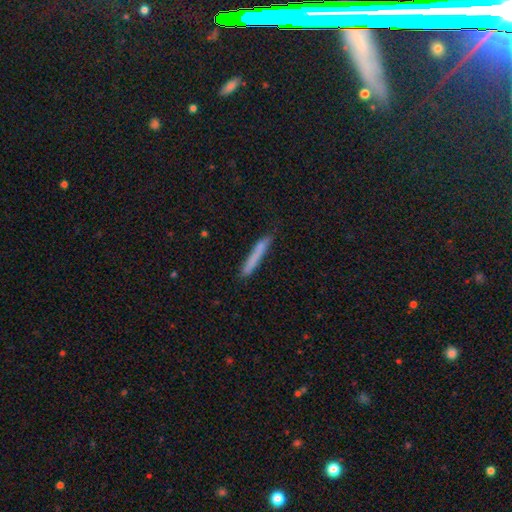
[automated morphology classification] Smooth or featured?
  - smooth: 74% *
  - featured or disk: 19%
  - star or artifact: 7%
How rounded?
  - cigar-shaped: 96% *
  - in between: 3%
  - round: 1%
Merging?
  - none: 83% *
  - minor disturbance: 13%
  - major disturbance: 2%
  - merger: 2%